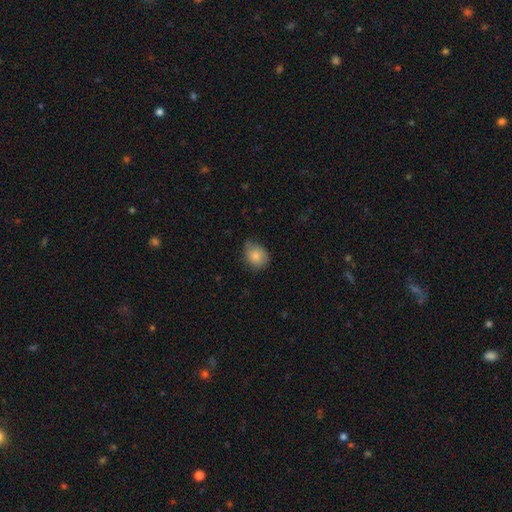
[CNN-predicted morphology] smooth_or_featured: smooth (p=0.84) [alt: featured or disk p=0.08]
how_rounded: round (p=0.55) [alt: in between p=0.44]
merging: none (p=0.61) [alt: minor disturbance p=0.32]